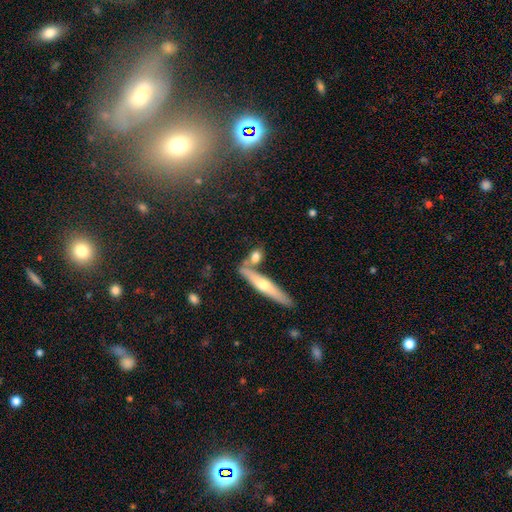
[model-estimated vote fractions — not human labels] smooth 65%, featured or disk 27%, star or artifact 8%. Down the decision tree: how rounded — in between (43%); merging — none (57%).